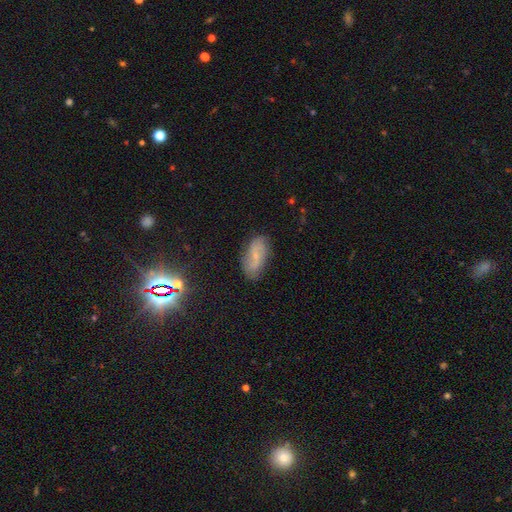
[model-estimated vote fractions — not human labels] Overall: featured or disk (57%; smooth 31%). Edge-on disk: no (94%). Bar: weak (43%; no 42%). Spiral arms: yes (85%). Bulge size: small (72%). Merging: none (77%).